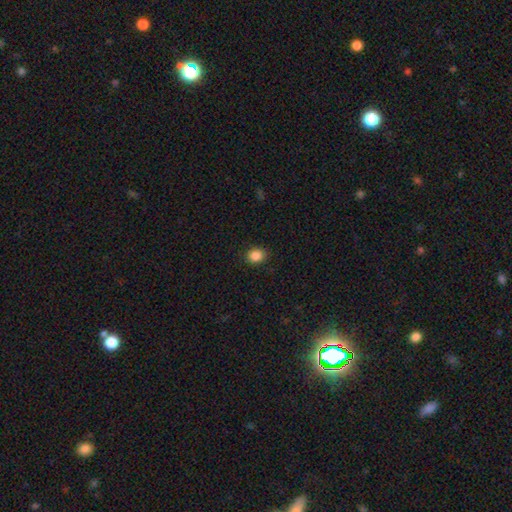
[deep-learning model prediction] The model was most divided on "how rounded": round: 63%, in between: 37%, cigar-shaped: 1%. More confident: merging — none (88%); smooth or featured — smooth (87%).